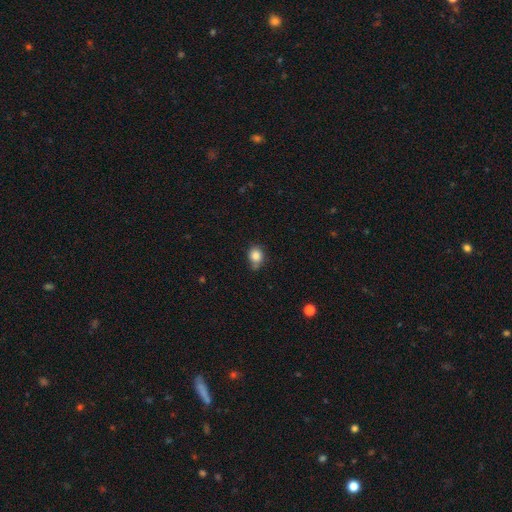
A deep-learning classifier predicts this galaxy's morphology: Smooth or featured? smooth (85%)
How rounded? round (62%)
Merging? none (62%)